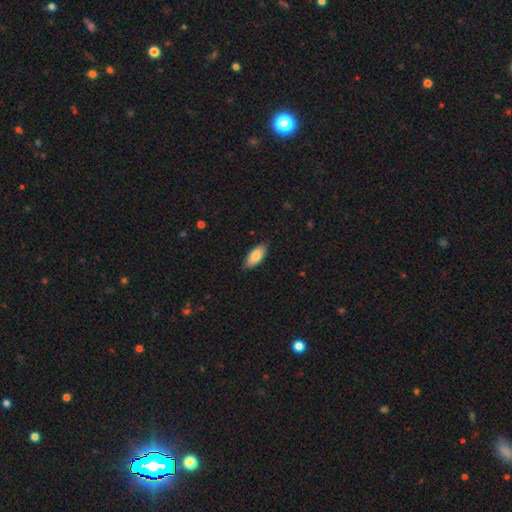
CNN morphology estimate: smooth_or_featured: smooth (p=0.83) [alt: featured or disk p=0.11]
how_rounded: in between (p=0.89) [alt: cigar-shaped p=0.09]
merging: none (p=0.86) [alt: minor disturbance p=0.11]